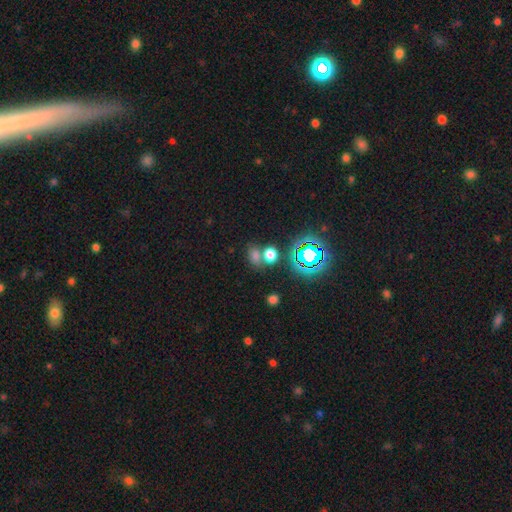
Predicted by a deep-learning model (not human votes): A smooth galaxy with no disk features (59%) that is in between round and cigar-shaped (51%).

Vote fractions:
- Smooth or featured? smooth: 59% / star or artifact: 32% / featured or disk: 9%
- How rounded? in between: 51% / round: 47% / cigar-shaped: 2%
- Merging? none: 51% / merger: 35% / minor disturbance: 10% / major disturbance: 5%